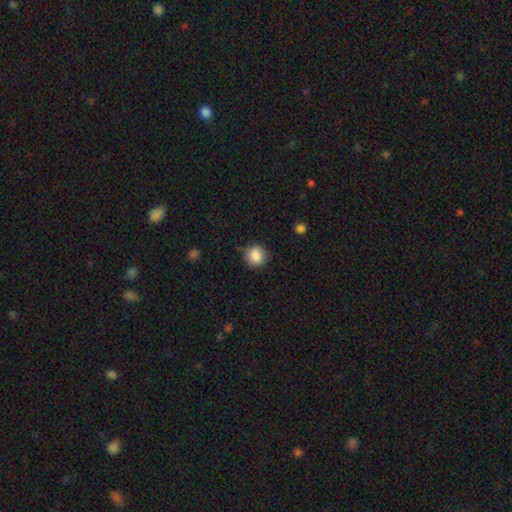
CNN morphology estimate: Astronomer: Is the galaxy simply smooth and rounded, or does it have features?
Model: smooth — 86%.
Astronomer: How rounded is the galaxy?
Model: round — 90%.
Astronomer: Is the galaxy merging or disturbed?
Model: none — 80%.